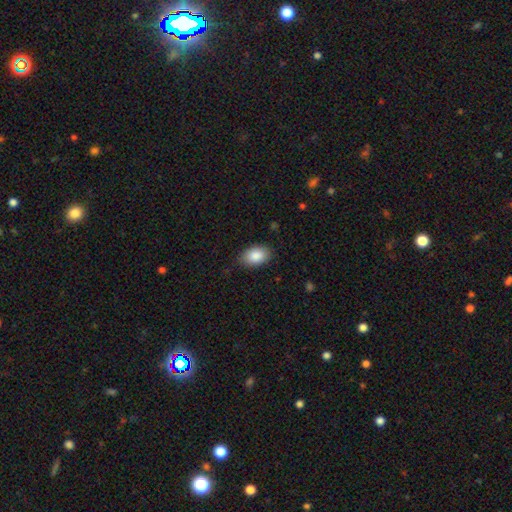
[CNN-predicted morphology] Overall: smooth (88%). How rounded: in between (88%). Merging: none (83%).